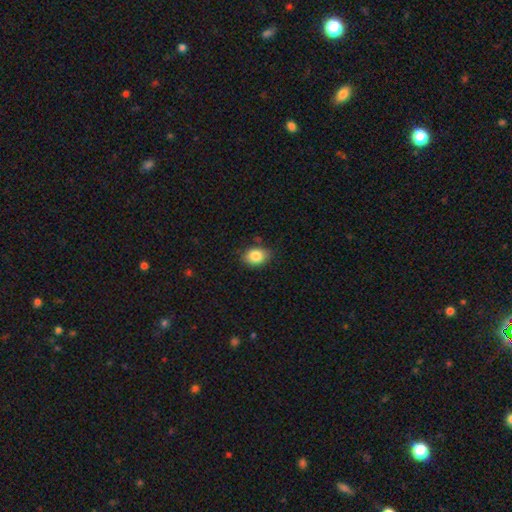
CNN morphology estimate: A smooth galaxy with no disk features (85%) that is in between round and cigar-shaped (72%).

Vote fractions:
- Smooth or featured? smooth: 85% / star or artifact: 8% / featured or disk: 7%
- How rounded? in between: 72% / round: 26% / cigar-shaped: 1%
- Merging? none: 80% / minor disturbance: 15% / major disturbance: 3% / merger: 2%